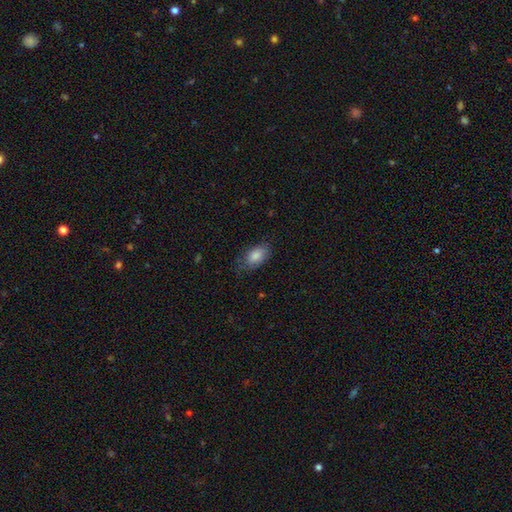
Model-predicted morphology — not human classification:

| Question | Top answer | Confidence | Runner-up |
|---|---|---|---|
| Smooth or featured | smooth | 84% | featured or disk (9%) |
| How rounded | in between | 92% | round (6%) |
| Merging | none | 67% | minor disturbance (25%) |